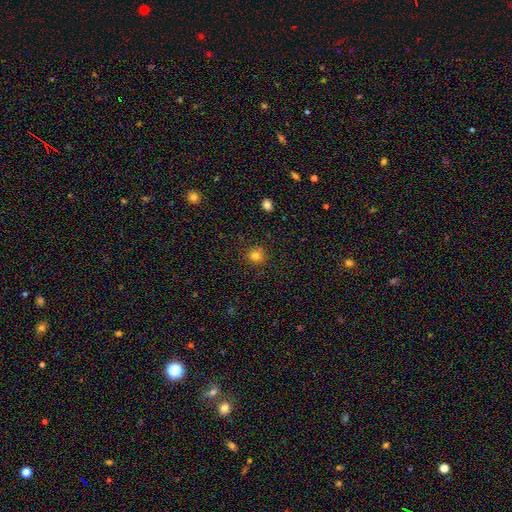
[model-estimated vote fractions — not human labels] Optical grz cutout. It shows a smooth galaxy with no disk features (80%) that is round (91%). Merging: none (88%).